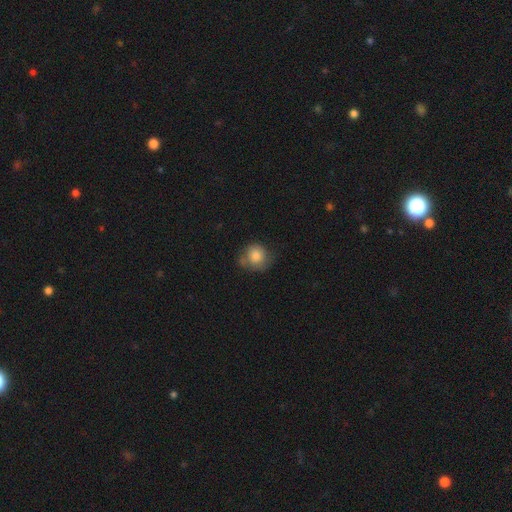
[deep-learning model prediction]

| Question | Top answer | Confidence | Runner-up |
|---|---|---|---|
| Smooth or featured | smooth | 80% | featured or disk (12%) |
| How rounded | round | 84% | in between (15%) |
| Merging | none | 53% | minor disturbance (29%) |